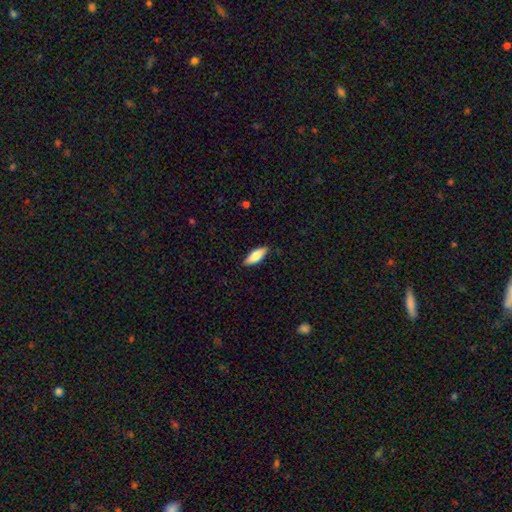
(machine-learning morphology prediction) Smooth or featured? Predicted: smooth (p=0.79). How rounded? Predicted: in between (p=0.72). Merging? Predicted: none (p=0.85).